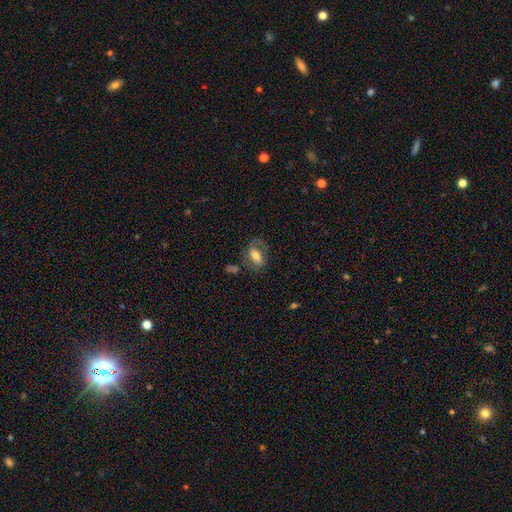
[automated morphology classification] smooth 52%, featured or disk 41%, star or artifact 8%. Down the decision tree: how rounded — in between (85%); merging — none (59%).